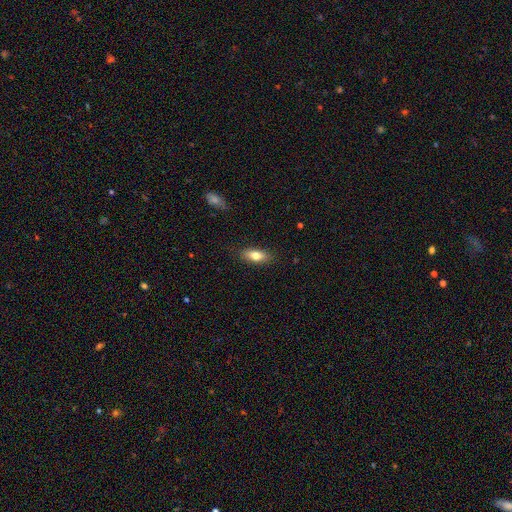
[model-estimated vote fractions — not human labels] Smooth or featured: smooth — 75% (featured or disk — 18%)
How rounded: in between — 76% (cigar-shaped — 21%)
Merging: none — 86% (minor disturbance — 10%)